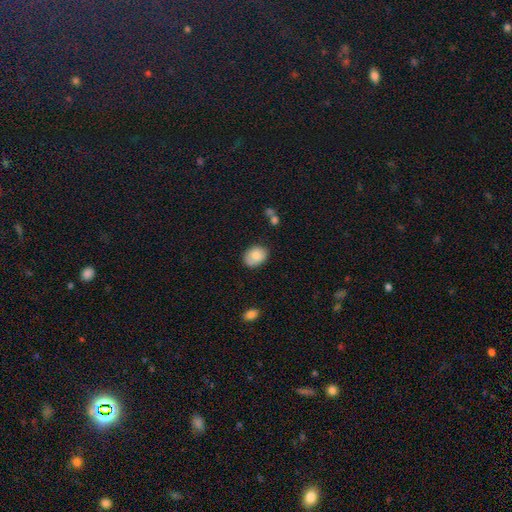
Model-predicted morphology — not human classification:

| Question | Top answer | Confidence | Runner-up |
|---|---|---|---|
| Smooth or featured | smooth | 83% | featured or disk (10%) |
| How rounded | in between | 69% | round (30%) |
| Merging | none | 74% | minor disturbance (20%) |